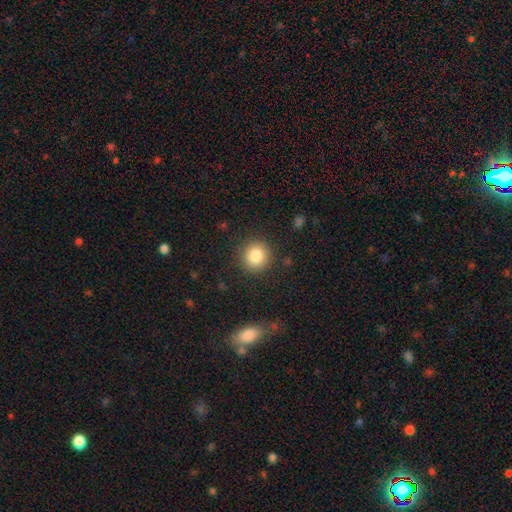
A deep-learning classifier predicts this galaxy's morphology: Smooth or featured: smooth — 84% (star or artifact — 10%)
How rounded: round — 92% (in between — 7%)
Merging: none — 89% (minor disturbance — 7%)